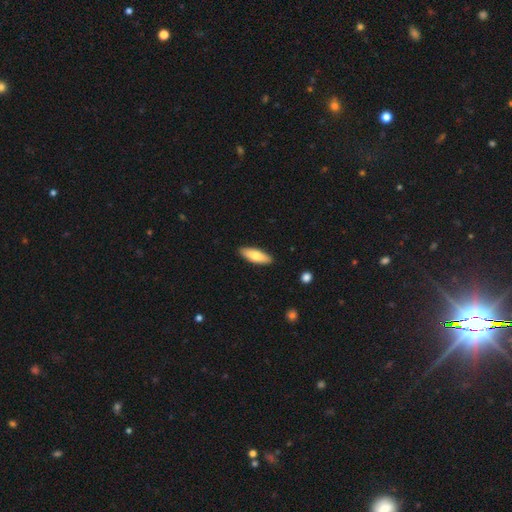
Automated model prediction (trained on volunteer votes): A smooth galaxy with no disk features (75%) that is in between round and cigar-shaped (57%).

Vote fractions:
- Smooth or featured? smooth: 75% / featured or disk: 19% / star or artifact: 5%
- How rounded? in between: 57% / cigar-shaped: 41% / round: 2%
- Merging? none: 89% / minor disturbance: 8% / major disturbance: 2% / merger: 1%